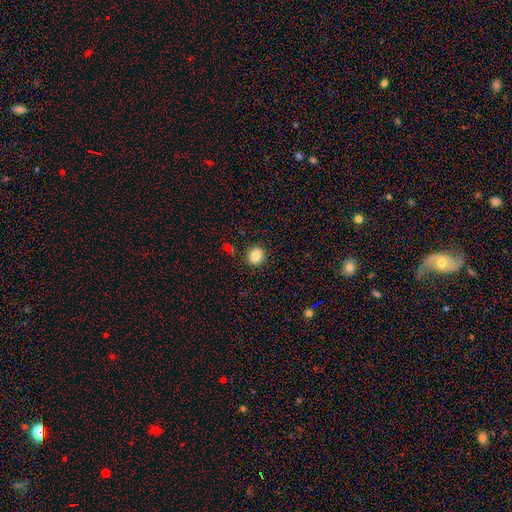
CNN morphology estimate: Smooth or featured?
  - smooth: 84% *
  - star or artifact: 10%
  - featured or disk: 6%
How rounded?
  - round: 62% *
  - in between: 37%
  - cigar-shaped: 1%
Merging?
  - none: 85% *
  - minor disturbance: 10%
  - major disturbance: 3%
  - merger: 2%